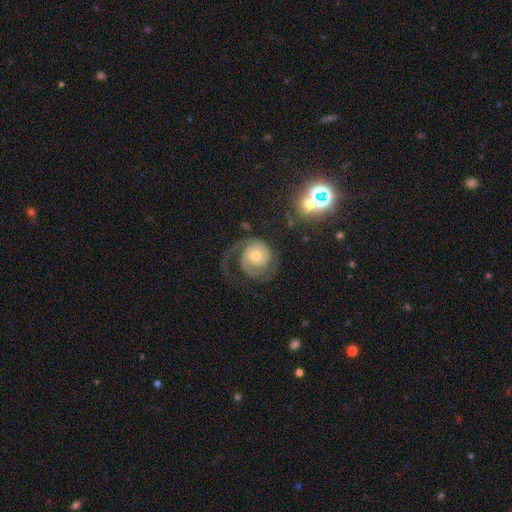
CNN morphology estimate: This is clearly a featured or disk galaxy (84%). It is clearly not viewed edge-on (98%). Bar: likely no (74%). Spiral arm pattern: clearly yes (96%). Spiral arm count: possibly 2 (49%). Spiral winding: possibly tight (54%). Central bulge: possibly moderate (59%). Merging: possibly none (59%).